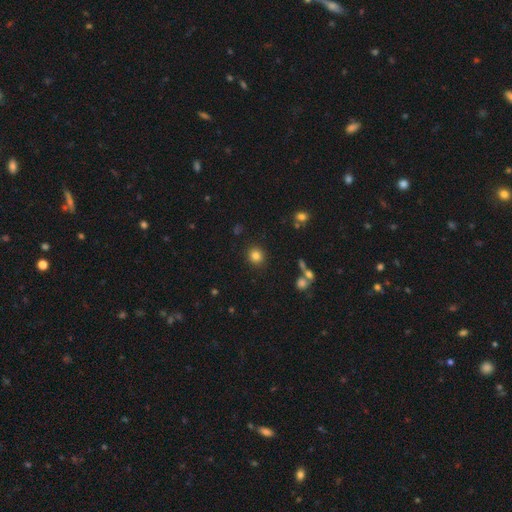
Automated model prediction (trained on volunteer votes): smooth 83%, star or artifact 12%, featured or disk 6%. Down the decision tree: how rounded — round (89%); merging — none (89%).